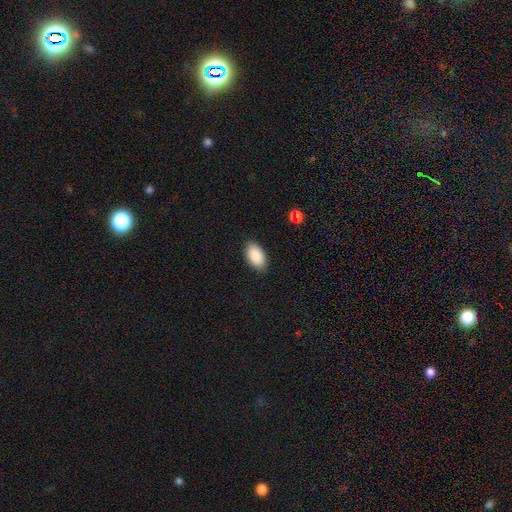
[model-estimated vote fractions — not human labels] Q: Smooth or featured?
A: smooth (90%); runner-up: star or artifact (7%)
Q: How rounded?
A: in between (94%); runner-up: round (4%)
Q: Merging?
A: none (87%); runner-up: minor disturbance (10%)